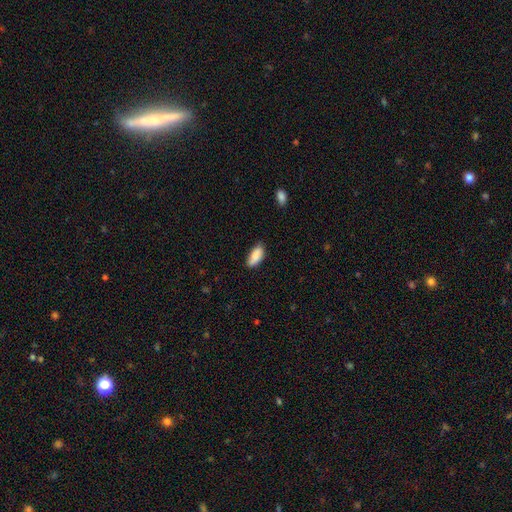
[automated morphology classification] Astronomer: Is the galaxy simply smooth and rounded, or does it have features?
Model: smooth — 88%.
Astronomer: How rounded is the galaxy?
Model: in between — 85%.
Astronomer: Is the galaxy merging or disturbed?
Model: none — 75%.